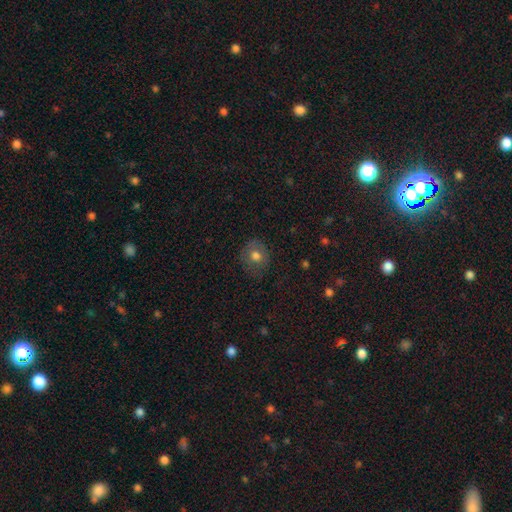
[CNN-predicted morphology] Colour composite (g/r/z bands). It shows a smooth galaxy with no disk features (69%) that is round (80%). Merging: none (79%).